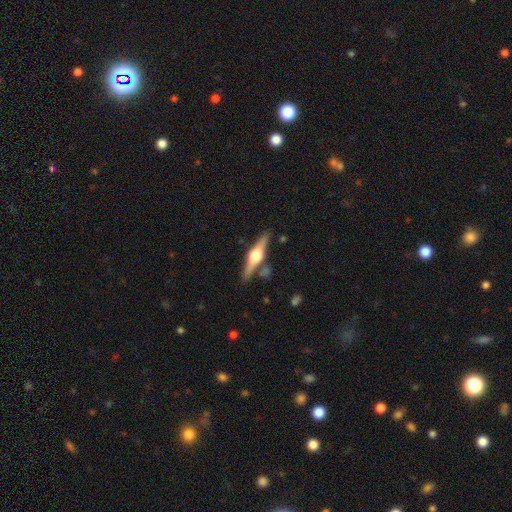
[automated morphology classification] A featured or disk galaxy (79%) viewed edge-on (98%) with a rounded central bulge (95%). Merging: none (84%).